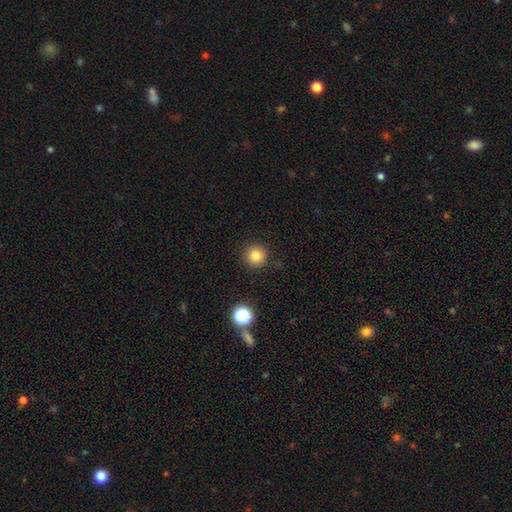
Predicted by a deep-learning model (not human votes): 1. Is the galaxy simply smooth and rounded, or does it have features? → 82% smooth, 13% star or artifact, 5% featured or disk.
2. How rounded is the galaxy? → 95% round, 4% in between, 1% cigar-shaped.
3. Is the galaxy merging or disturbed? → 91% none, 6% minor disturbance, 2% major disturbance, 1% merger.